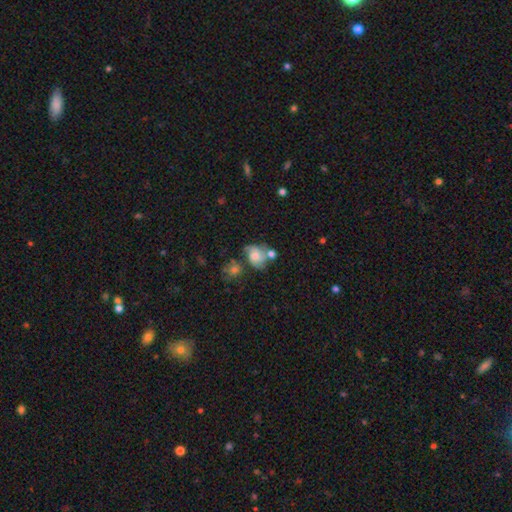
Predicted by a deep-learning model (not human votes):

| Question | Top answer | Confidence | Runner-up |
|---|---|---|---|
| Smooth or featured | featured or disk | 50% | smooth (40%) |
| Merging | none | 39% | merger (26%) |